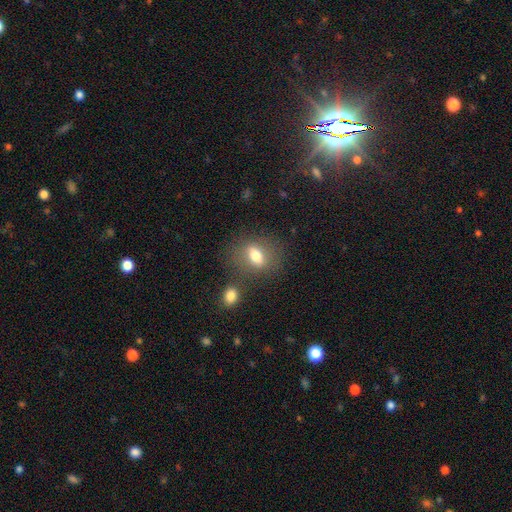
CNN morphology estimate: smooth_or_featured: smooth (p=0.71) [alt: featured or disk p=0.19]
how_rounded: in between (p=0.71) [alt: round p=0.22]
merging: none (p=0.70) [alt: minor disturbance p=0.13]